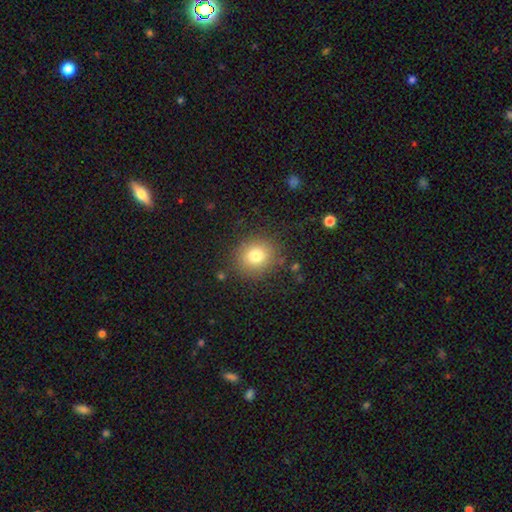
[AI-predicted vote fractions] Smooth or featured?
  - smooth: 78% *
  - star or artifact: 12%
  - featured or disk: 10%
How rounded?
  - round: 85% *
  - in between: 14%
  - cigar-shaped: 1%
Merging?
  - none: 85% *
  - minor disturbance: 10%
  - major disturbance: 4%
  - merger: 2%